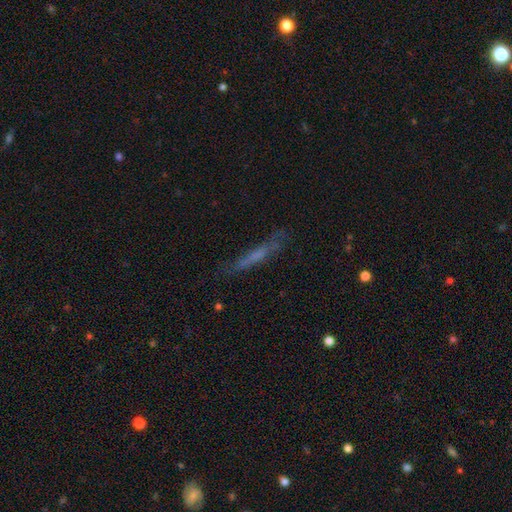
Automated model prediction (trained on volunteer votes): Smooth or featured: smooth — 46% (featured or disk — 42%)
Merging: none — 69% (minor disturbance — 20%)